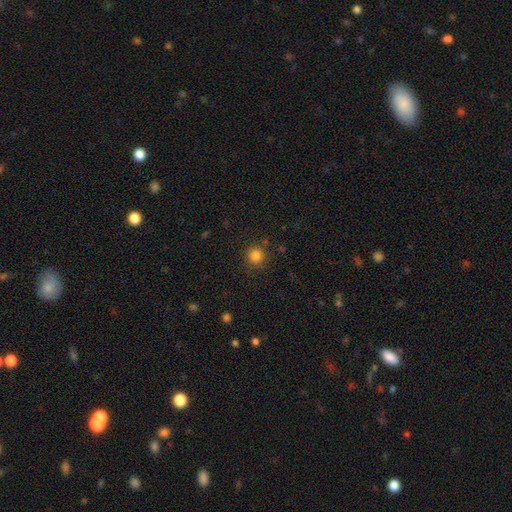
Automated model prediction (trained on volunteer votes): The model was most divided on "smooth or featured": smooth: 83%, star or artifact: 12%, featured or disk: 4%. More confident: how rounded — round (93%); merging — none (87%).